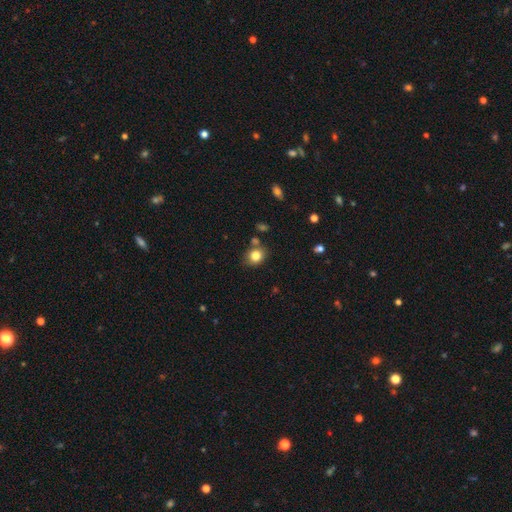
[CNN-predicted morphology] Smooth or featured: smooth — 82% (star or artifact — 11%)
How rounded: round — 64% (in between — 35%)
Merging: none — 74% (minor disturbance — 13%)